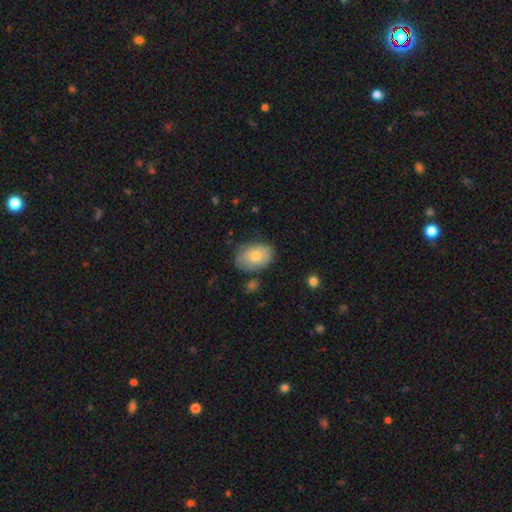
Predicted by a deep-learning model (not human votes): The model was most divided on "merging": none: 72%, minor disturbance: 20%, major disturbance: 4%, merger: 3%. More confident: how rounded — in between (81%); smooth or featured — smooth (73%).